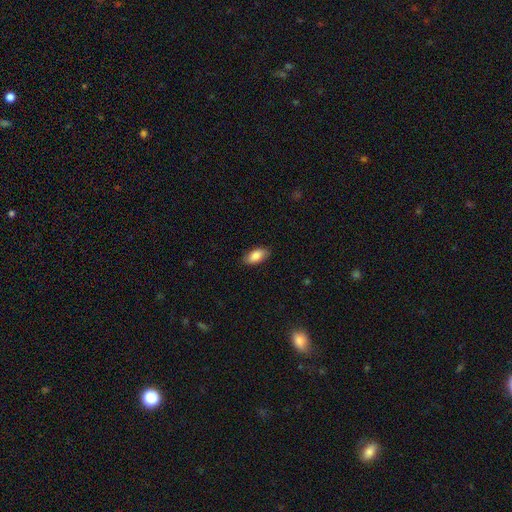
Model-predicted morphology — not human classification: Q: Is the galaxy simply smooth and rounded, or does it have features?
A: smooth — 86%.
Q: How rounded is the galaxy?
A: in between — 91%.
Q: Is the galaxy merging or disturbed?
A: none — 86%.